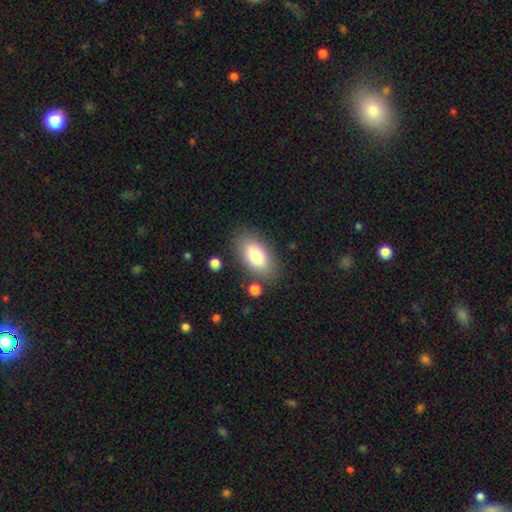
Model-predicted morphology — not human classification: Smooth or featured?
  - smooth: 82% *
  - featured or disk: 12%
  - star or artifact: 7%
How rounded?
  - in between: 93% *
  - round: 4%
  - cigar-shaped: 3%
Merging?
  - none: 81% *
  - minor disturbance: 12%
  - merger: 4%
  - major disturbance: 4%